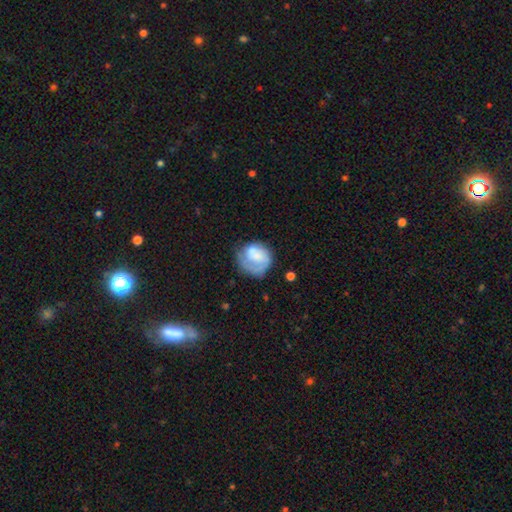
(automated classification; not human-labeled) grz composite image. It shows a smooth galaxy with no disk features (48%). Merging: none (51%).